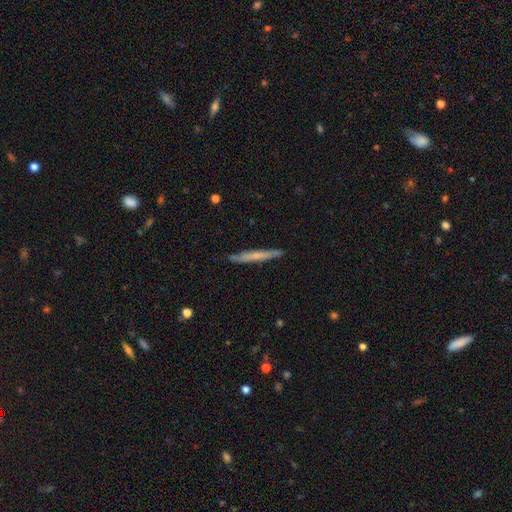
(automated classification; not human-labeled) This appears to be a smooth galaxy with no disk features (51%) that is cigar-shaped (96%). Merging: none (86%).